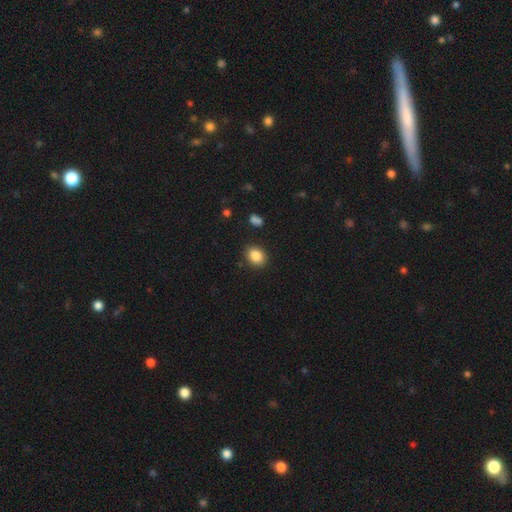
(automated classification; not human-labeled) Smooth or featured: smooth — 87% (star or artifact — 9%)
How rounded: in between — 52% (round — 47%)
Merging: none — 87% (minor disturbance — 9%)